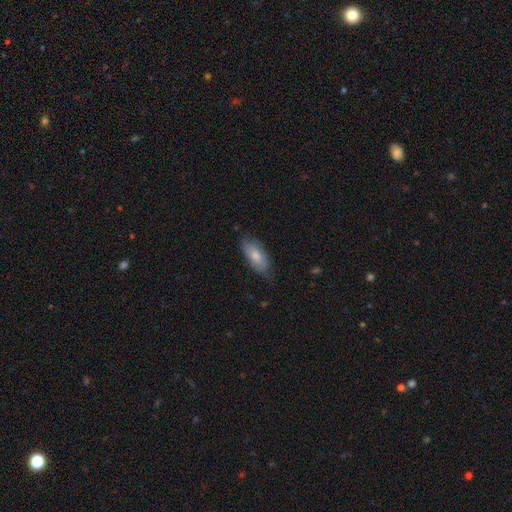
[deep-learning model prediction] Smooth or featured? Predicted: smooth (p=0.74). How rounded? Predicted: in between (p=0.84). Merging? Predicted: none (p=0.69).